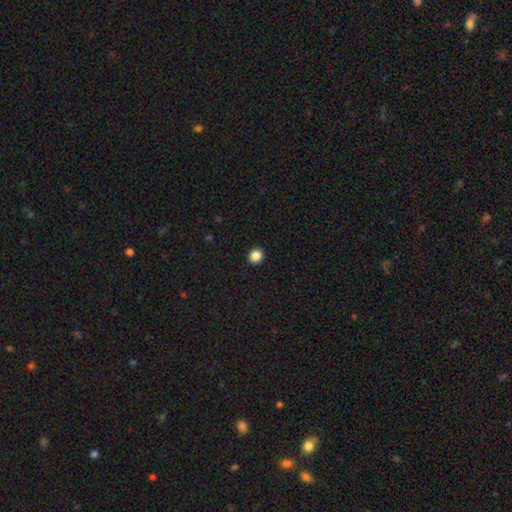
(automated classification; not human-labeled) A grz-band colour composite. It shows a smooth galaxy with no disk features (86%) that is round (88%). Merging: none (93%).